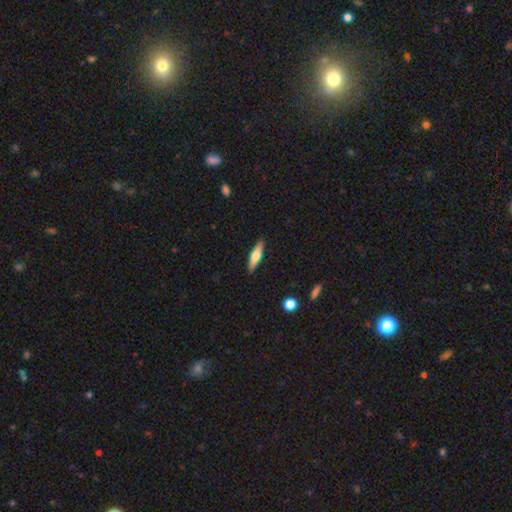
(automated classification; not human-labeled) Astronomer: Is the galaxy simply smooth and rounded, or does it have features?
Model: smooth — 56% (runner-up: featured or disk, 38%).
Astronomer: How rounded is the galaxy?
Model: cigar-shaped — 69%.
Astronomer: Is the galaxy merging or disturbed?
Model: none — 89%.